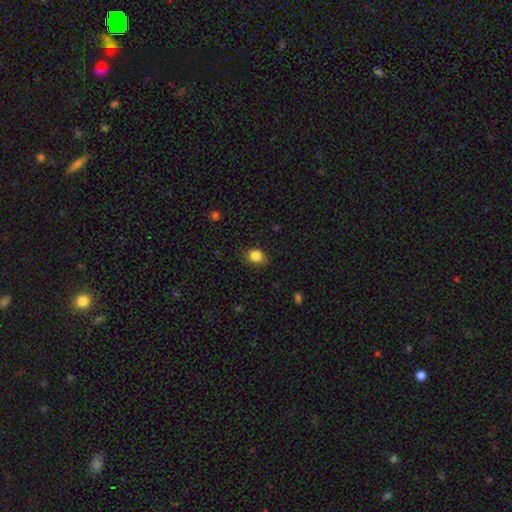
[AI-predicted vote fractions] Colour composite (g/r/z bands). It shows a smooth galaxy with no disk features (85%) that is in between round and cigar-shaped (50%). Merging: none (77%).